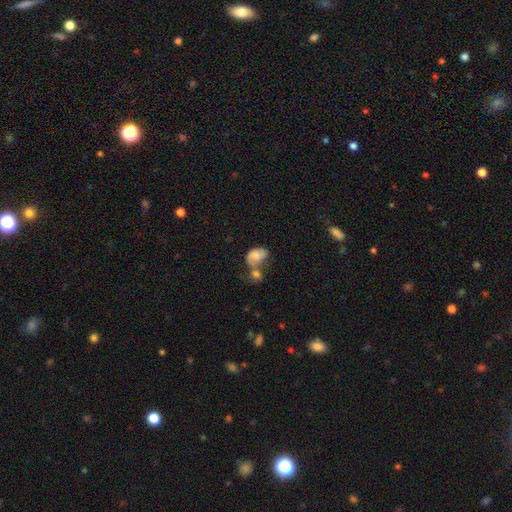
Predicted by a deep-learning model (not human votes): Smooth or featured? smooth (66%)
How rounded? in between (82%)
Merging? merger (56%)